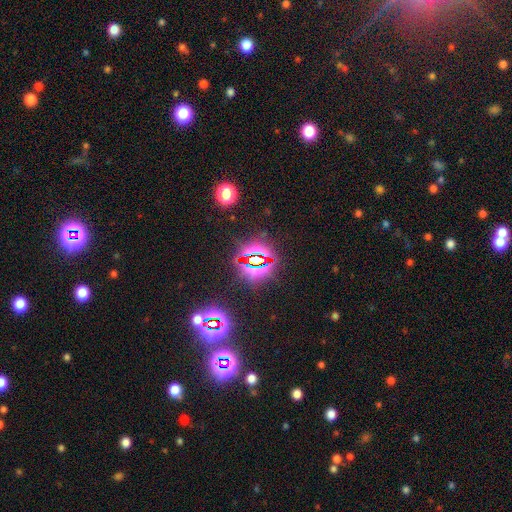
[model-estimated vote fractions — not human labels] Smooth or featured?
  - star or artifact: 80% *
  - smooth: 11%
  - featured or disk: 9%